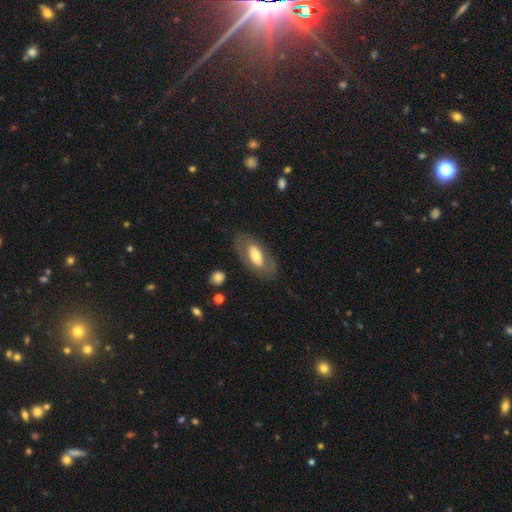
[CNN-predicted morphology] Smooth or featured?
  - smooth: 50% *
  - featured or disk: 44%
  - star or artifact: 6%
How rounded?
  - in between: 90% *
  - cigar-shaped: 6%
  - round: 4%
Merging?
  - none: 76% *
  - minor disturbance: 14%
  - major disturbance: 8%
  - merger: 2%